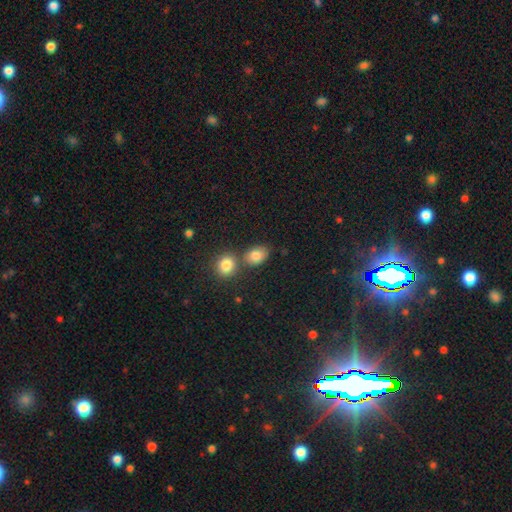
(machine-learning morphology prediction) This is clearly a smooth galaxy (82%). How rounded: likely in between (71%). Merging: likely none (61%).